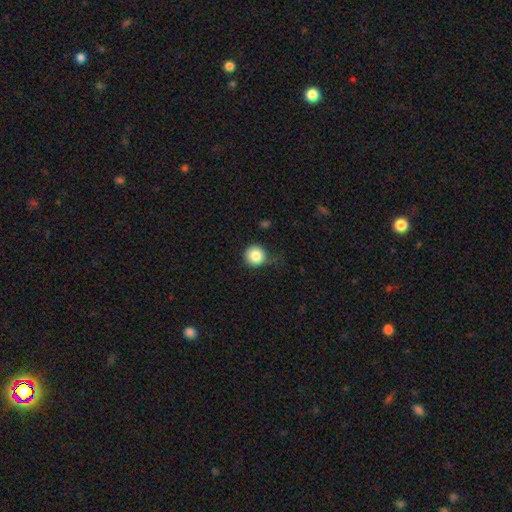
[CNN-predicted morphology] smooth-or-featured: smooth: 85% | star or artifact: 9% | featured or disk: 6%
  how-rounded: round: 94% | in between: 5% | cigar-shaped: 1%
  merging: none: 66% | minor disturbance: 24% | major disturbance: 7% | merger: 2%